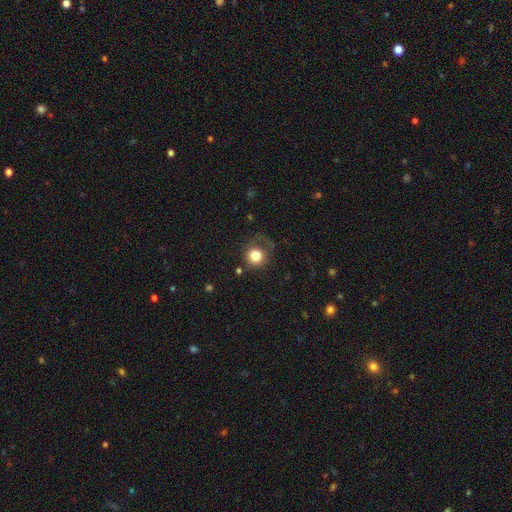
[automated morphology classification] A smooth galaxy with no disk features (81%) that is round (90%).

Vote fractions:
- Smooth or featured? smooth: 81% / star or artifact: 10% / featured or disk: 9%
- How rounded? round: 90% / in between: 9% / cigar-shaped: 1%
- Merging? none: 63% / minor disturbance: 18% / major disturbance: 15% / merger: 4%